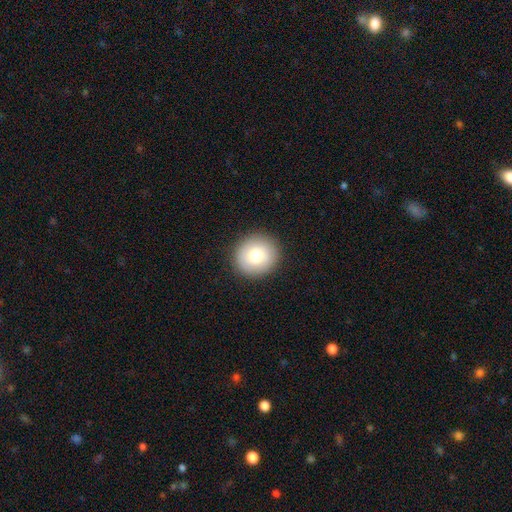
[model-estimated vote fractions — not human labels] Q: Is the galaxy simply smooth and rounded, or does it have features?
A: smooth — 77%.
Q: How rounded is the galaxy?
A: round — 92%.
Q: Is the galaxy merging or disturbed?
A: none — 91%.